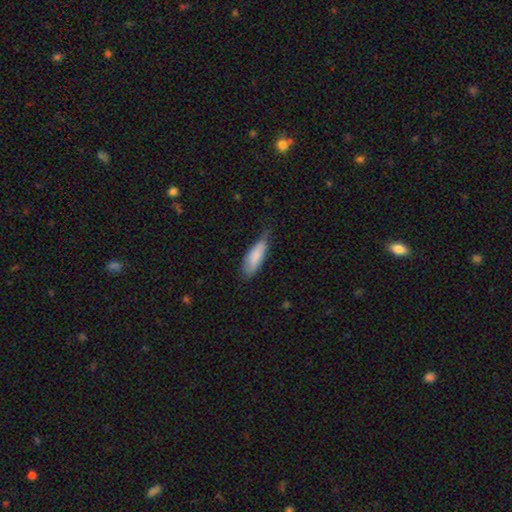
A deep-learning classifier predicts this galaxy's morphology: type=smooth (83%); roundness=in between (60%); merging=none (49%).